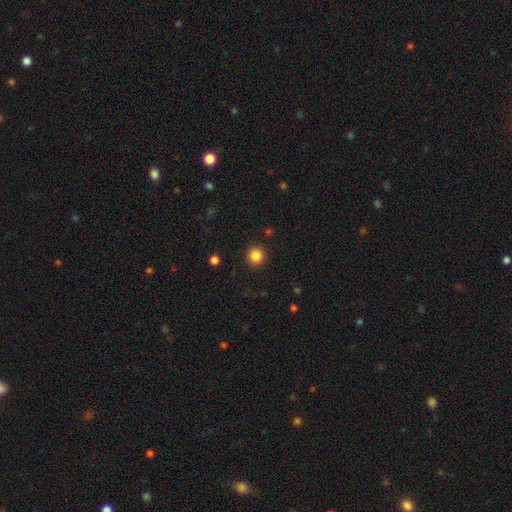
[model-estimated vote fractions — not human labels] A smooth galaxy with no disk features (85%) that is round (94%).

Vote fractions:
- Smooth or featured? smooth: 85% / star or artifact: 11% / featured or disk: 4%
- How rounded? round: 94% / in between: 5% / cigar-shaped: 1%
- Merging? none: 91% / minor disturbance: 5% / major disturbance: 2% / merger: 1%